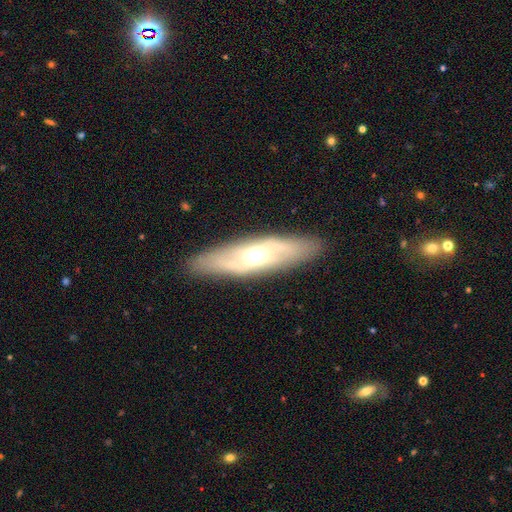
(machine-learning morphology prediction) The model was most divided on "edge-on disk": no: 63%, yes: 37%. More confident: merging — none (85%); smooth or featured — featured or disk (62%).